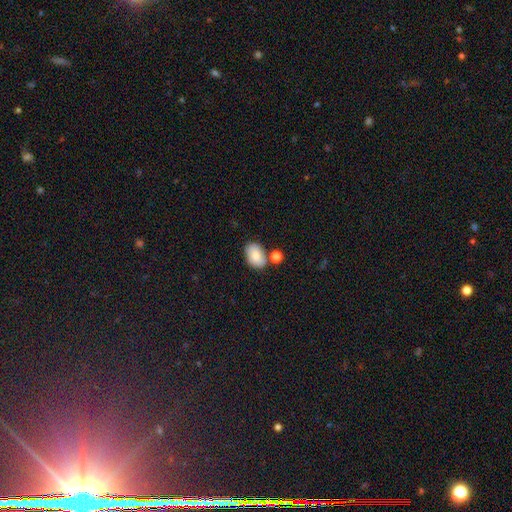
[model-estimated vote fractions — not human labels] The model was most divided on "merging": none: 66%, minor disturbance: 15%, merger: 15%, major disturbance: 4%. More confident: how rounded — in between (86%); smooth or featured — smooth (80%).